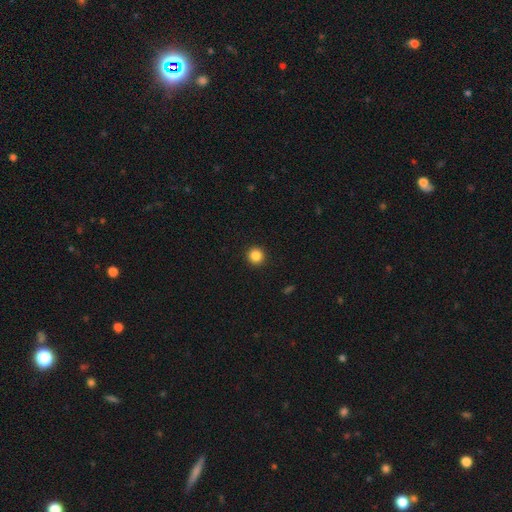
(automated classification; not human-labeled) Overall: smooth (86%). How rounded: round (96%). Merging: none (94%).